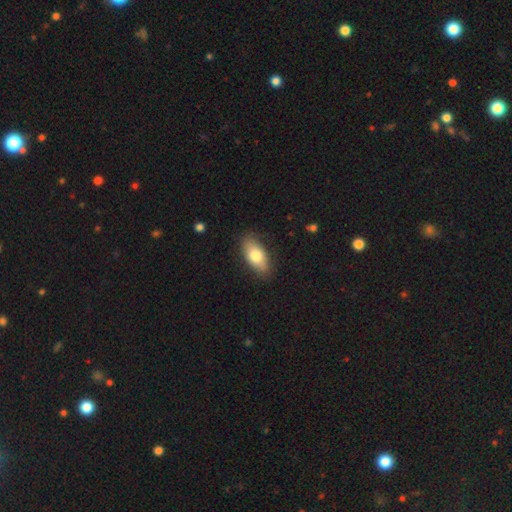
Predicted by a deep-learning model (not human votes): This appears to be a smooth galaxy with no disk features (76%) that is in between round and cigar-shaped (89%). Merging: none (85%).